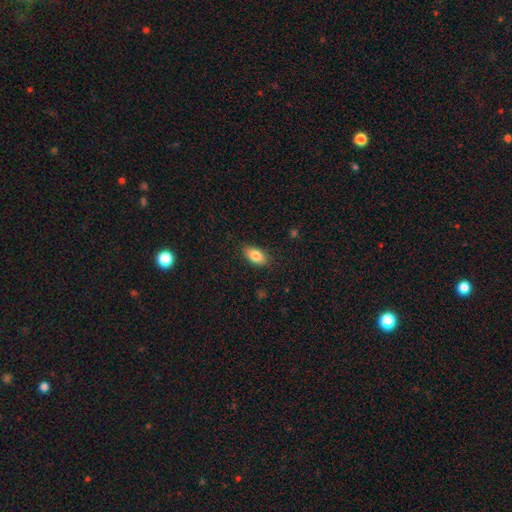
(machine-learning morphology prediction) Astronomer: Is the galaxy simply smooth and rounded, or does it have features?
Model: smooth — 83%.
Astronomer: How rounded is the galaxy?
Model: in between — 90%.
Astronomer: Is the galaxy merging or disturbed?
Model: none — 86%.